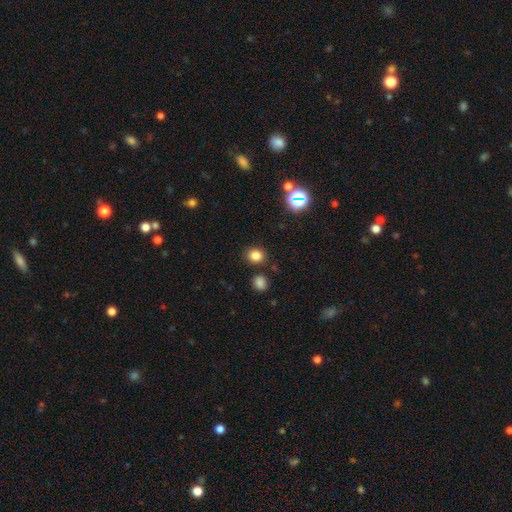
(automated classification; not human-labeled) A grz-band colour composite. It shows a smooth galaxy with no disk features (81%) that is round (74%). Merging: none (84%).